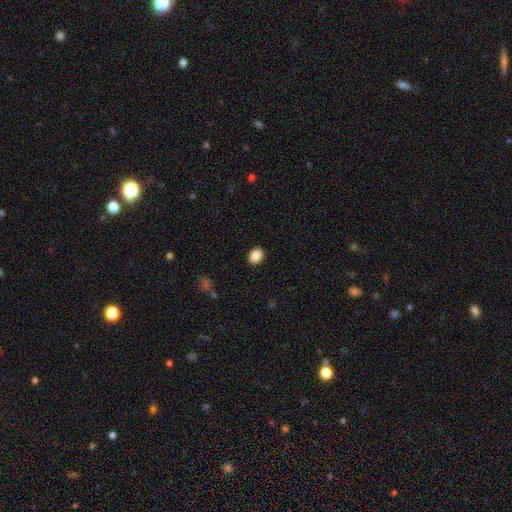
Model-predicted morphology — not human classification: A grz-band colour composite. It shows a smooth galaxy with no disk features (88%) that is in between round and cigar-shaped (57%). Merging: none (90%).